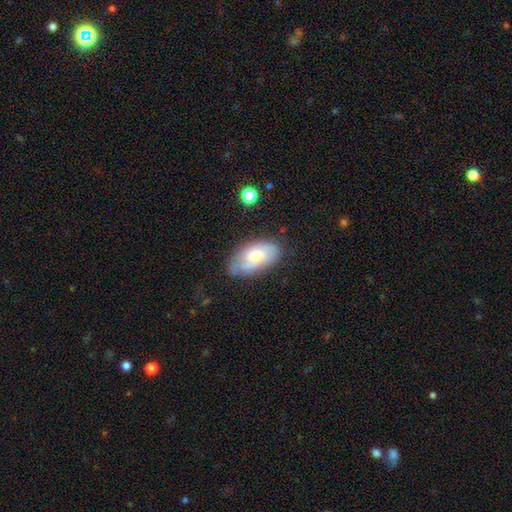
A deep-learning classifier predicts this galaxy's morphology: Smooth or featured? featured or disk (51%)
Edge-on disk? no (92%)
Merging? none (69%)